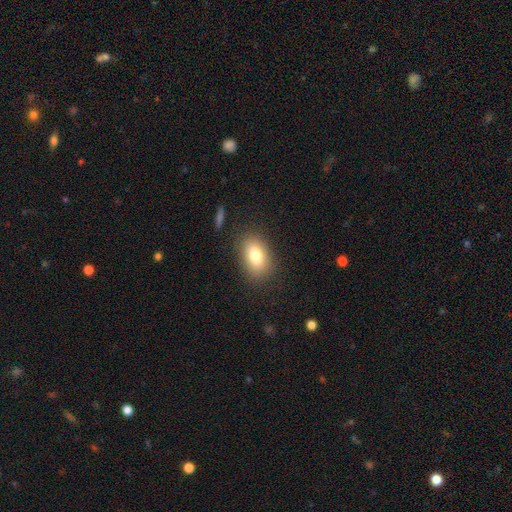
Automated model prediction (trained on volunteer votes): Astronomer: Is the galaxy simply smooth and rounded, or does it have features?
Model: smooth — 80%.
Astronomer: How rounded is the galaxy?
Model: in between — 87%.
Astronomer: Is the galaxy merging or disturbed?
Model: none — 84%.